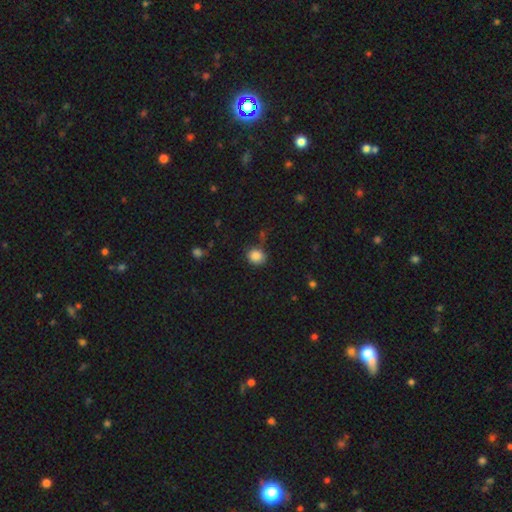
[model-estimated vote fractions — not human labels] Smooth or featured? Predicted: smooth (p=0.85). How rounded? Predicted: round (p=0.72). Merging? Predicted: none (p=0.71).